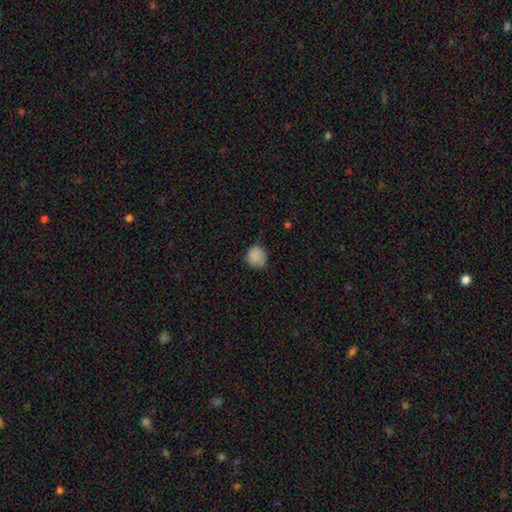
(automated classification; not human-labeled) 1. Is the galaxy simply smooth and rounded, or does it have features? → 84% smooth, 9% star or artifact, 7% featured or disk.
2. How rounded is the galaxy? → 85% round, 14% in between, 1% cigar-shaped.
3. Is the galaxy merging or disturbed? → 68% none, 26% minor disturbance, 5% major disturbance, 1% merger.